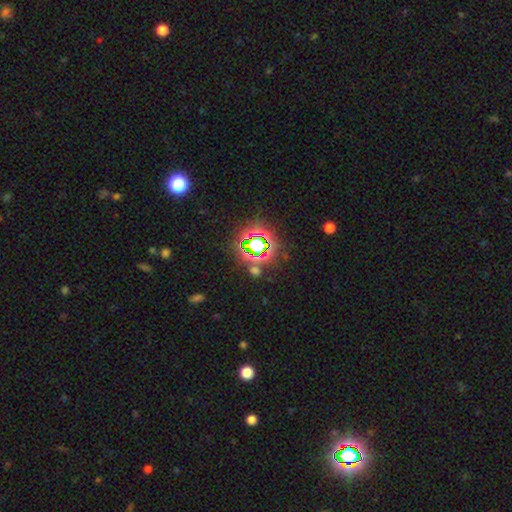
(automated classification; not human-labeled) Smooth or featured?
  - star or artifact: 79% *
  - smooth: 13%
  - featured or disk: 8%